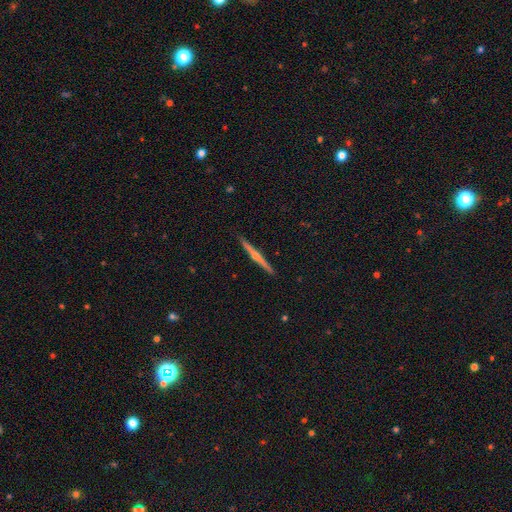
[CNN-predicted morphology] Overall: featured or disk (72%). Edge-on disk: yes (98%). Edge-on bulge: rounded (83%). Merging: none (92%).